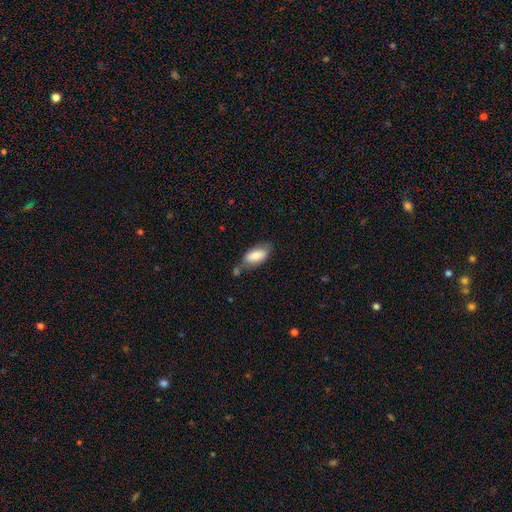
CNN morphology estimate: A smooth galaxy with no disk features (76%) that is in between round and cigar-shaped (91%). Merging: none (56%).